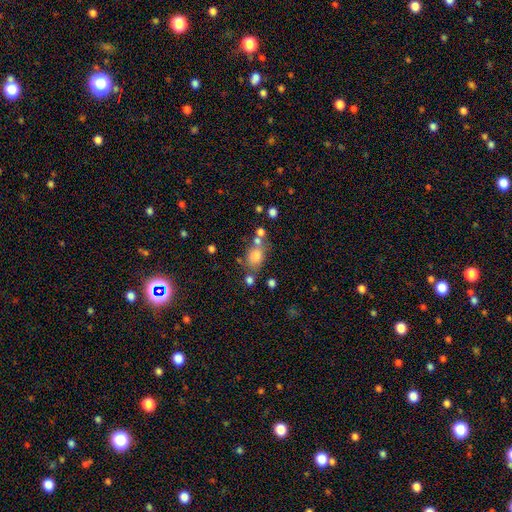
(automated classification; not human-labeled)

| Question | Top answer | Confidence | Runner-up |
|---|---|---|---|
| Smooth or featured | smooth | 75% | featured or disk (13%) |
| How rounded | in between | 57% | round (41%) |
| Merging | none | 54% | merger (23%) |